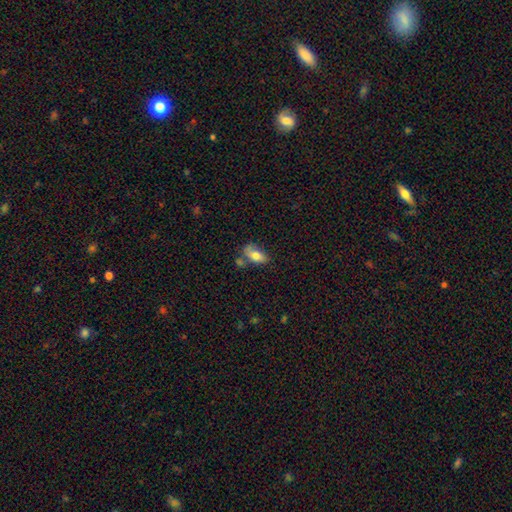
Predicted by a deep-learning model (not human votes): Morphology: type=smooth (74%); roundness=in between (90%); merging=none (41%).